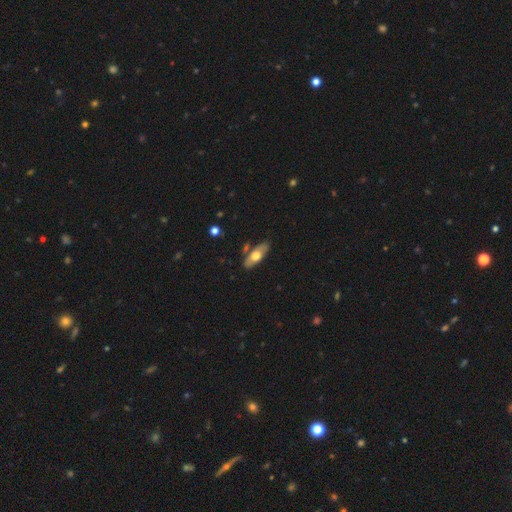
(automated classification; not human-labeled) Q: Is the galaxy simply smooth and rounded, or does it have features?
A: smooth — 55%.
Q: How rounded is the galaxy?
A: in between — 79%.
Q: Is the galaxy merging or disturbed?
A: none — 78%.